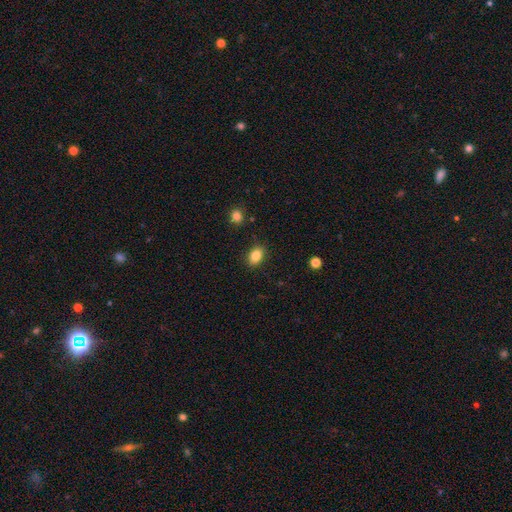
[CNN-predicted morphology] Smooth or featured?
  - smooth: 85% *
  - star or artifact: 9%
  - featured or disk: 6%
How rounded?
  - in between: 80% *
  - round: 18%
  - cigar-shaped: 1%
Merging?
  - none: 87% *
  - minor disturbance: 9%
  - major disturbance: 2%
  - merger: 2%